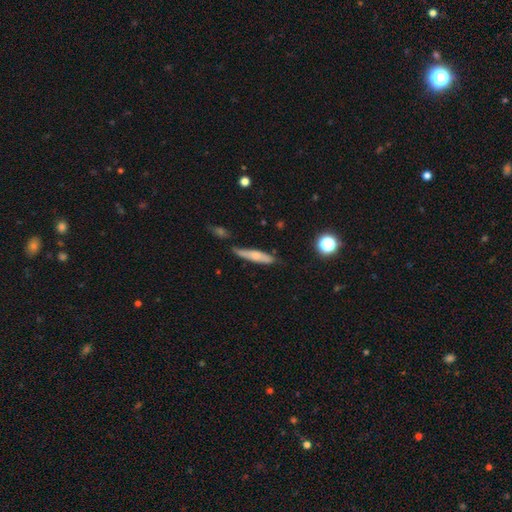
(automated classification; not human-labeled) Q: Smooth or featured?
A: smooth (64%); runner-up: featured or disk (28%)
Q: How rounded?
A: cigar-shaped (82%); runner-up: in between (15%)
Q: Merging?
A: none (63%); runner-up: minor disturbance (25%)